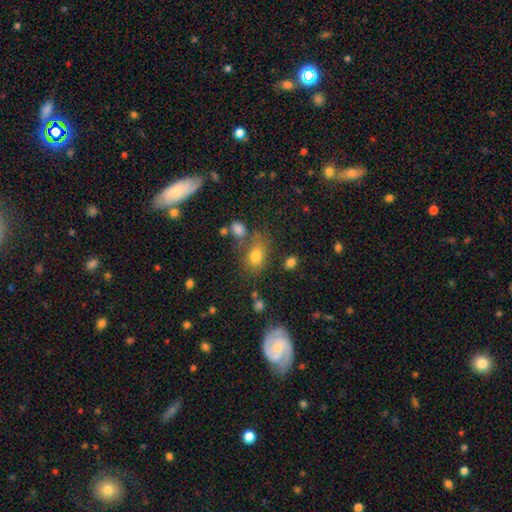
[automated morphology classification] The model was most divided on "merging": none: 59%, minor disturbance: 18%, merger: 14%, major disturbance: 8%. More confident: smooth or featured — smooth (73%); how rounded — in between (70%).